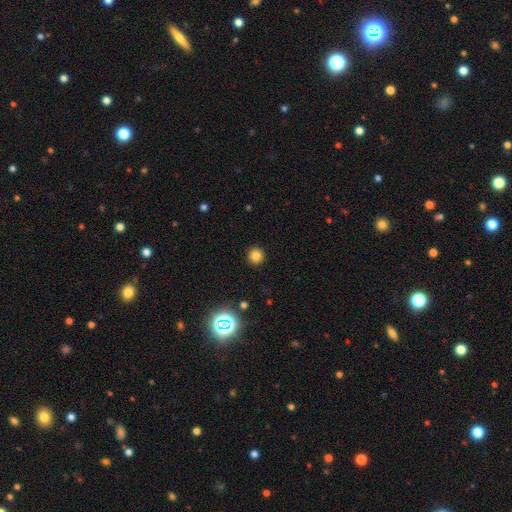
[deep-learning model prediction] This appears to be a smooth galaxy with no disk features (80%) that is round (95%). Merging: none (92%).